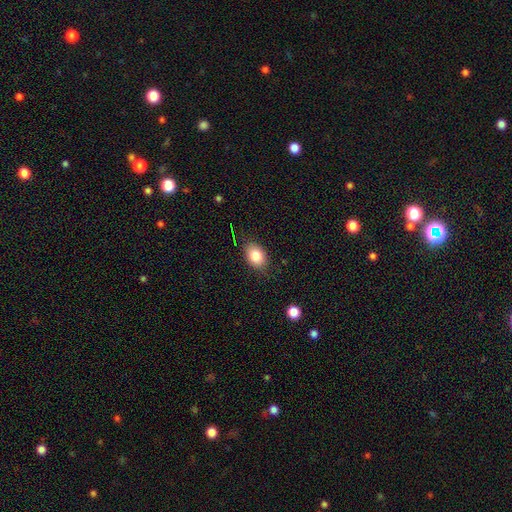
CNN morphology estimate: smooth_or_featured: smooth (p=0.83) [alt: star or artifact p=0.09]
how_rounded: in between (p=0.75) [alt: round p=0.24]
merging: none (p=0.81) [alt: minor disturbance p=0.14]